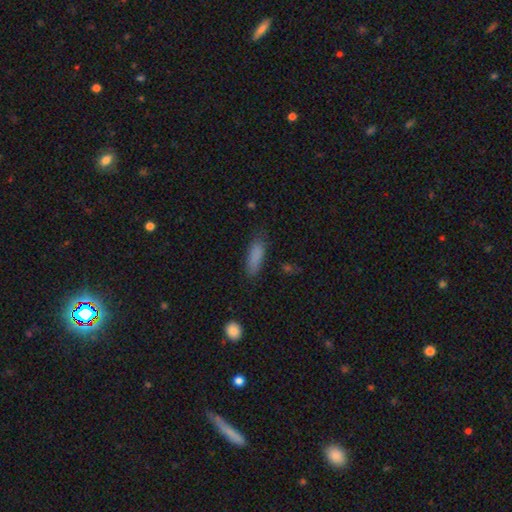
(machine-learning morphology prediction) Q: Smooth or featured?
A: smooth (85%); runner-up: star or artifact (8%)
Q: How rounded?
A: in between (55%); runner-up: cigar-shaped (43%)
Q: Merging?
A: none (75%); runner-up: minor disturbance (19%)